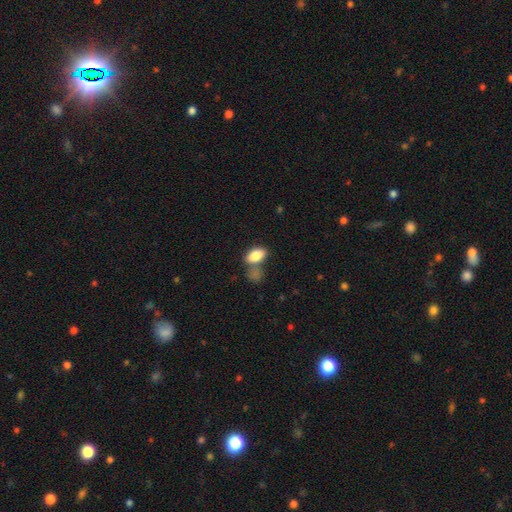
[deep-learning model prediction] A smooth galaxy with no disk features (83%) that is in between round and cigar-shaped (90%). Merging: none (47%).